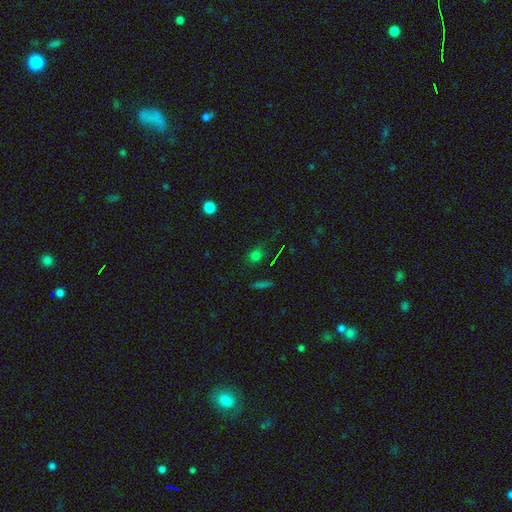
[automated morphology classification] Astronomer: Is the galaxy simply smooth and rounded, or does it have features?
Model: smooth — 71%.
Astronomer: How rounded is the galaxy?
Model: round — 70%.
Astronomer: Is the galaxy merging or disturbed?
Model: none — 84%.